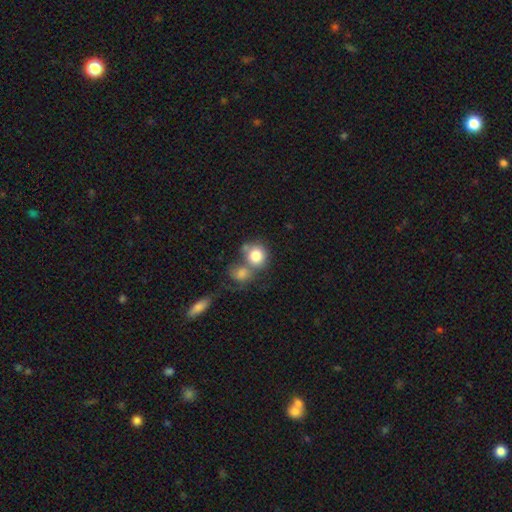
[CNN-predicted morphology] smooth_or_featured: smooth (p=0.80) [alt: featured or disk p=0.12]
how_rounded: round (p=0.77) [alt: in between p=0.21]
merging: merger (p=0.49) [alt: none p=0.34]